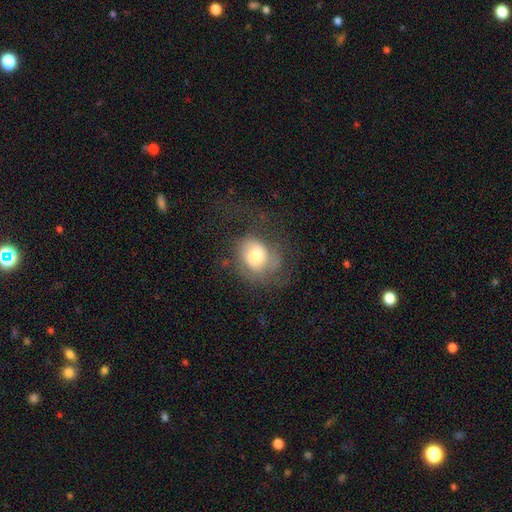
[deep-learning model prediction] Overall: smooth (57%; featured or disk 34%). How rounded: round (57%; in between 42%). Merging: none (44%; major disturbance 30%).